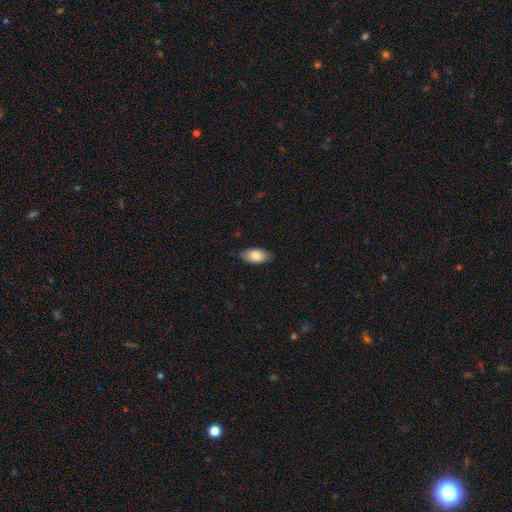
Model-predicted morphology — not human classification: Smooth or featured? Predicted: smooth (p=0.84). How rounded? Predicted: in between (p=0.93). Merging? Predicted: none (p=0.83).